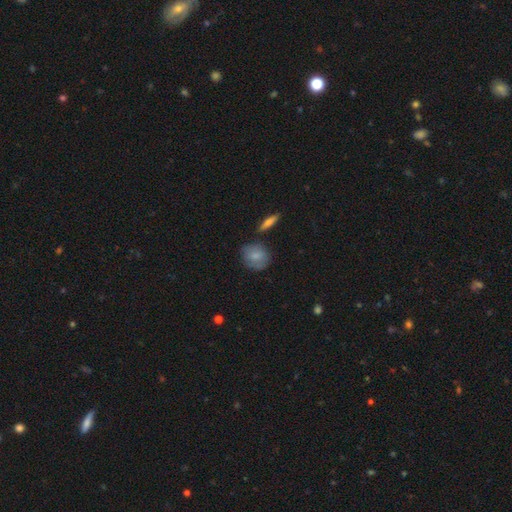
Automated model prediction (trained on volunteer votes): Overall: smooth (77%). How rounded: round (65%; in between 33%). Merging: none (70%).